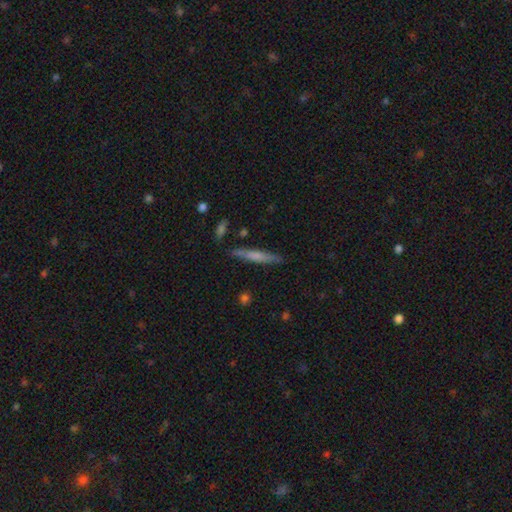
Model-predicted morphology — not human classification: This appears to be a smooth galaxy with no disk features (56%) that is cigar-shaped (93%). Merging: none (84%).